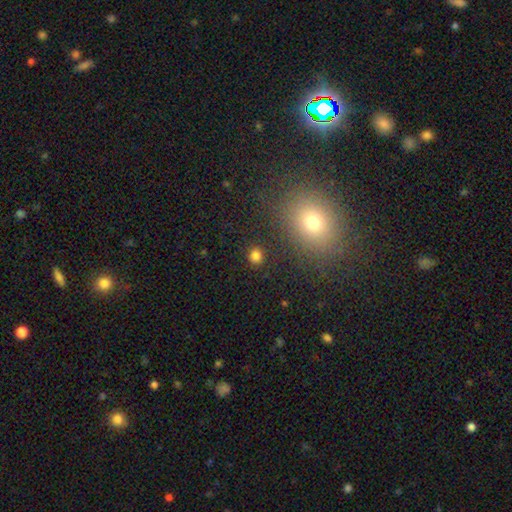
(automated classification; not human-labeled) Overall: smooth (82%). How rounded: round (81%). Merging: none (89%).